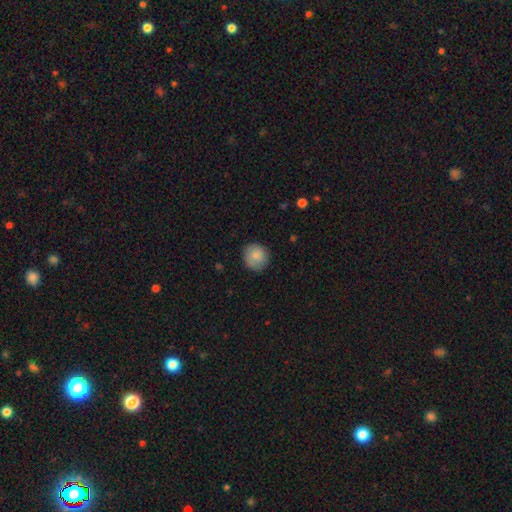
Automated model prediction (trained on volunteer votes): smooth 85%, featured or disk 8%, star or artifact 7%. Down the decision tree: how rounded — round (90%); merging — none (85%).